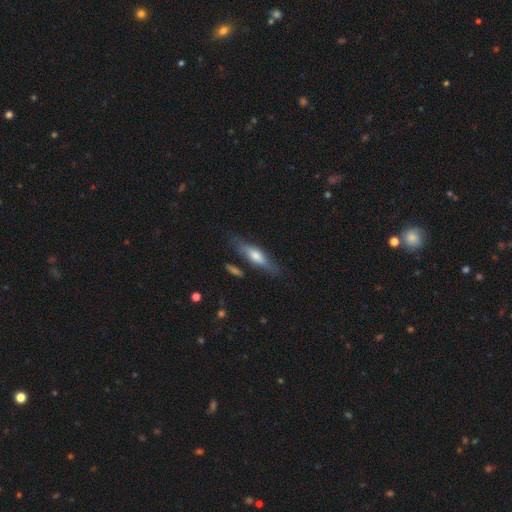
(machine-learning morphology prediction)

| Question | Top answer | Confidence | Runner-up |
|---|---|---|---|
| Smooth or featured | featured or disk | 48% | smooth (45%) |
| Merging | none | 76% | minor disturbance (16%) |